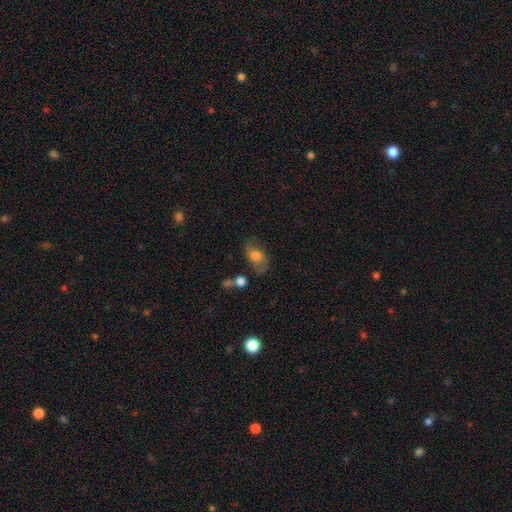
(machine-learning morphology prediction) A smooth galaxy with no disk features (58%) that is in between round and cigar-shaped (86%). Merging: none (58%).